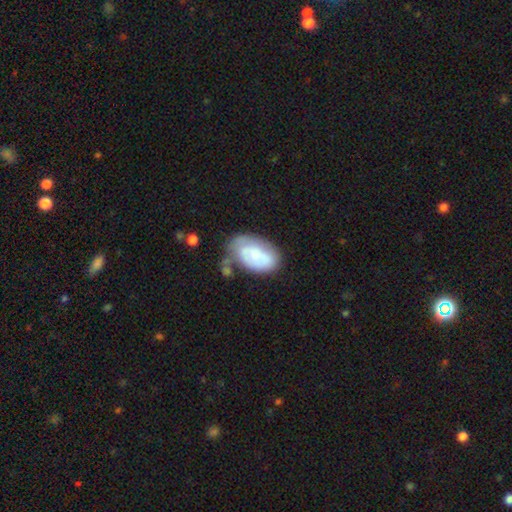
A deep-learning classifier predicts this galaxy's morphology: The model was most divided on "merging": none: 36%, minor disturbance: 31%, major disturbance: 20%, merger: 12%. More confident: how rounded — in between (91%); smooth or featured — smooth (52%).